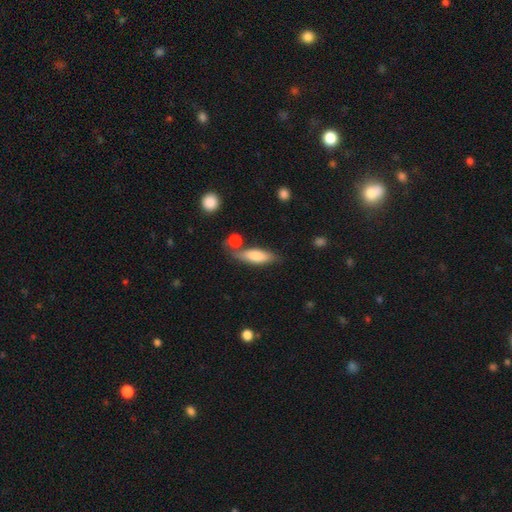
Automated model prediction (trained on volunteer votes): Q: Smooth or featured?
A: smooth (70%); runner-up: featured or disk (23%)
Q: How rounded?
A: cigar-shaped (51%); runner-up: in between (46%)
Q: Merging?
A: none (64%); runner-up: minor disturbance (18%)